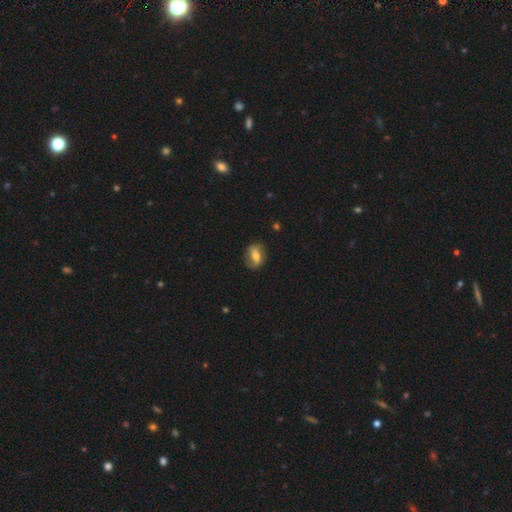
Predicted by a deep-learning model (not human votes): smooth_or_featured: featured or disk (p=0.52) [alt: smooth p=0.40]
disk_edge_on: no (p=0.91) [alt: yes p=0.09]
merging: none (p=0.78) [alt: minor disturbance p=0.16]